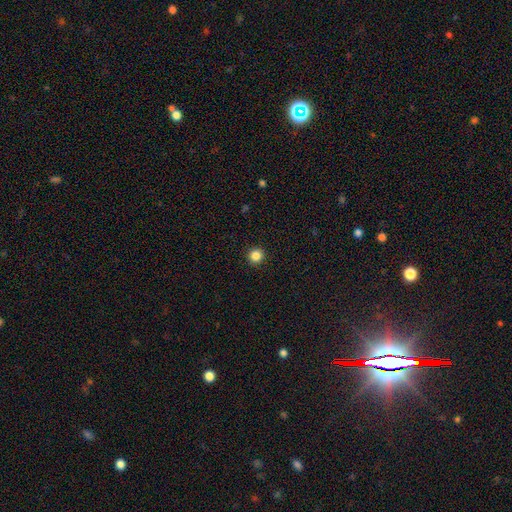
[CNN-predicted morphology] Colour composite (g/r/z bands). It shows a smooth galaxy with no disk features (85%) that is round (94%). Merging: none (93%).